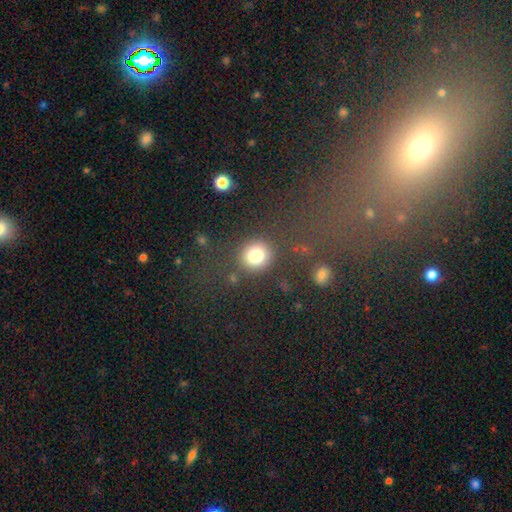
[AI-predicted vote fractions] This is clearly a smooth galaxy (80%). How rounded: clearly round (85%). Merging: clearly none (80%).